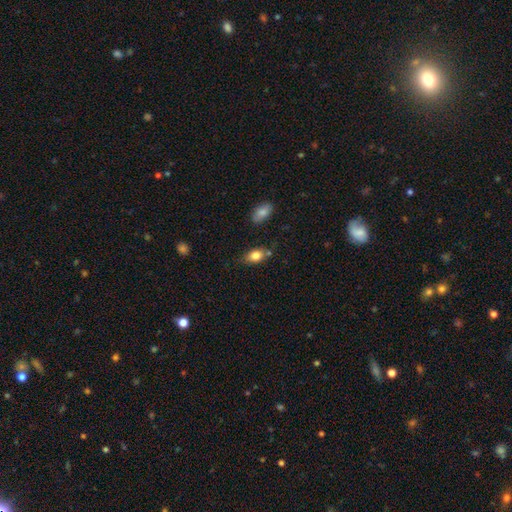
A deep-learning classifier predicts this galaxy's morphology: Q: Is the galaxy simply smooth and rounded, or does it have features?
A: smooth — 82%.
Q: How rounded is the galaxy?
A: in between — 84%.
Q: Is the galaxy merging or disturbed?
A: none — 69%.